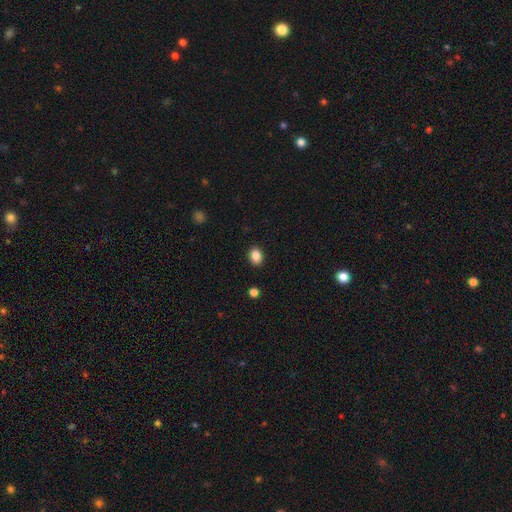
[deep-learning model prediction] The model was most divided on "how rounded": in between: 61%, round: 38%, cigar-shaped: 1%. More confident: merging — none (90%); smooth or featured — smooth (87%).